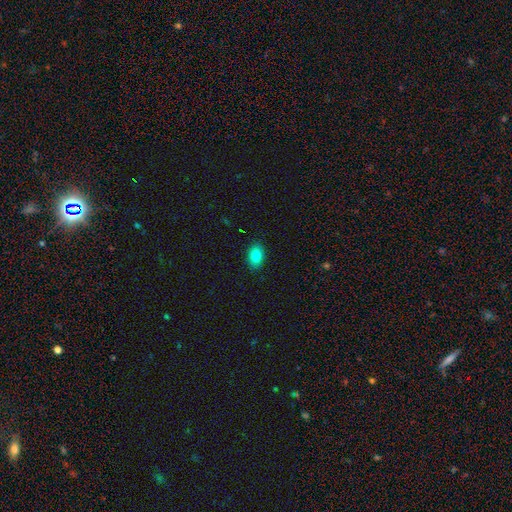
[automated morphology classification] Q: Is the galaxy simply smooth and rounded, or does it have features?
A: smooth — 83%.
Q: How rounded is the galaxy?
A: in between — 87%.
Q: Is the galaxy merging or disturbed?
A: none — 89%.